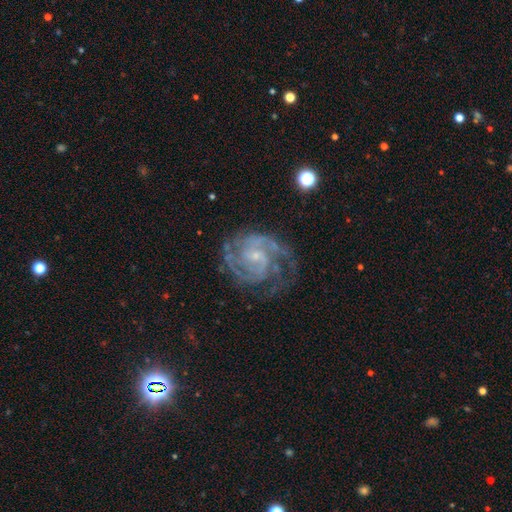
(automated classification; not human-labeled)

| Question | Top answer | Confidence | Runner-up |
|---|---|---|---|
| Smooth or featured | featured or disk | 89% | star or artifact (6%) |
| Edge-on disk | no | 98% | yes (2%) |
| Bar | no | 48% | weak (44%) |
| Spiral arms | yes | 96% | no (4%) |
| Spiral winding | tight | 50% | medium (41%) |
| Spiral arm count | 2 | 42% | can't tell (21%) |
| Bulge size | small | 74% | moderate (18%) |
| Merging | none | 62% | minor disturbance (20%) |